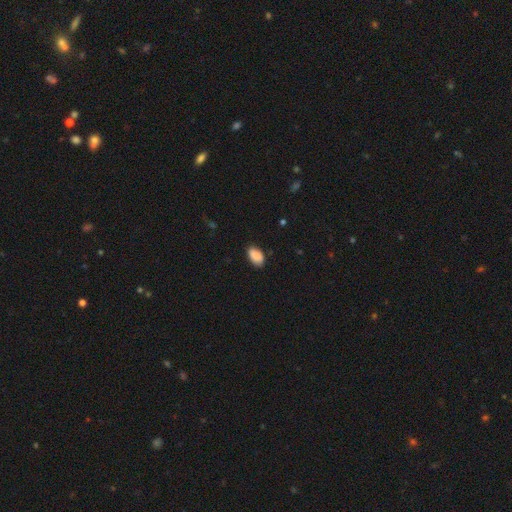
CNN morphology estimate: smooth-or-featured: smooth: 89% | star or artifact: 7% | featured or disk: 4%
  how-rounded: in between: 93% | round: 5% | cigar-shaped: 2%
  merging: none: 81% | minor disturbance: 15% | major disturbance: 3% | merger: 1%